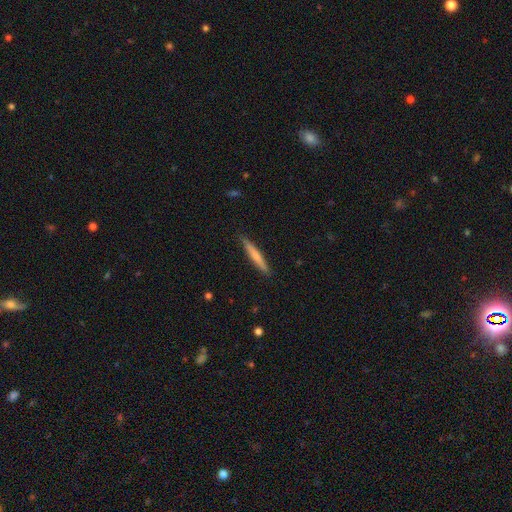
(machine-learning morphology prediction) This is likely a smooth galaxy (64%). How rounded: clearly cigar-shaped (95%). Merging: clearly none (89%).